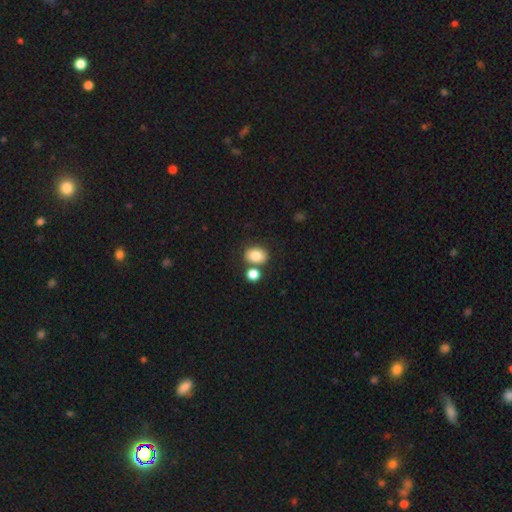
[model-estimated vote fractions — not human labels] This is clearly a smooth galaxy (83%). How rounded: likely in between (61%). Merging: likely none (65%).